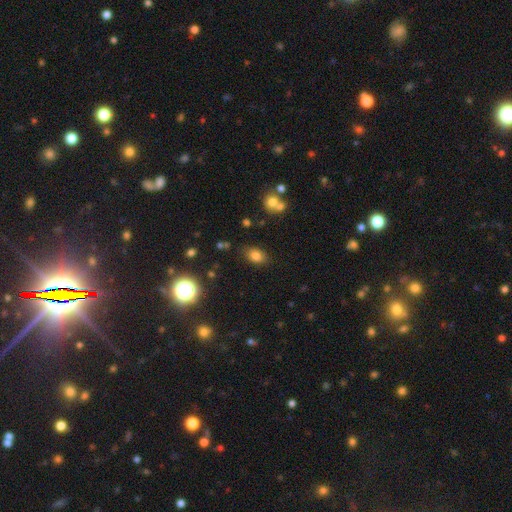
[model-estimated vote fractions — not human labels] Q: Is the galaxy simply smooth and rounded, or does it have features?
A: smooth — 78%.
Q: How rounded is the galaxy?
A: in between — 80%.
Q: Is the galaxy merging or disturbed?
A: none — 81%.